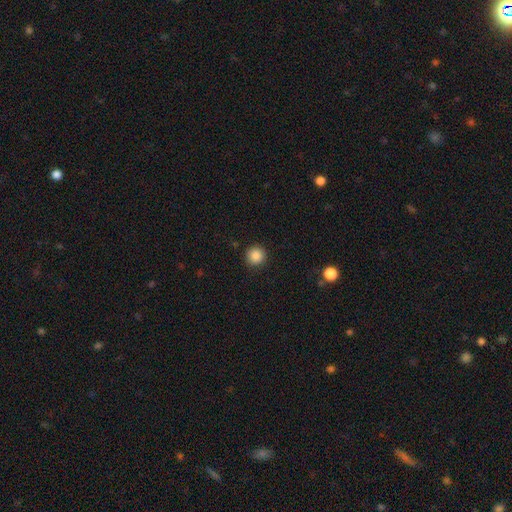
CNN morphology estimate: smooth-or-featured: smooth: 87% | star or artifact: 10% | featured or disk: 3%
  how-rounded: round: 95% | in between: 4% | cigar-shaped: 1%
  merging: none: 91% | minor disturbance: 6% | major disturbance: 2% | merger: 1%